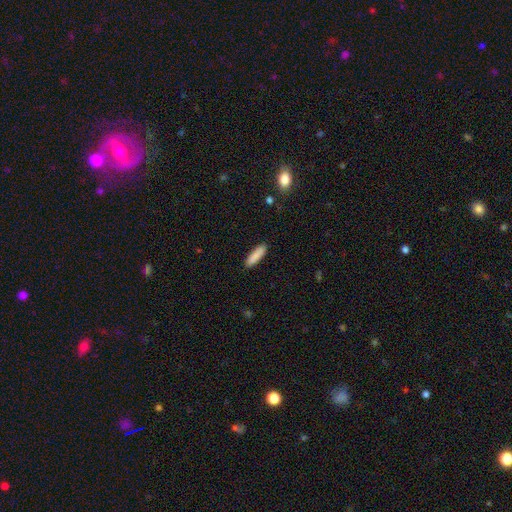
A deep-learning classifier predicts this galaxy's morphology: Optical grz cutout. It shows a smooth galaxy with no disk features (88%) that is cigar-shaped (71%). Merging: none (90%).